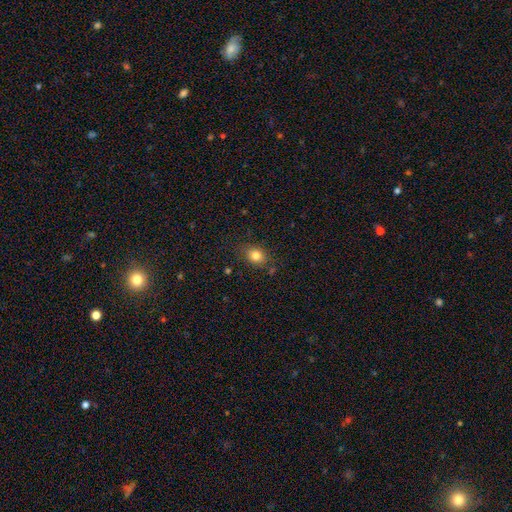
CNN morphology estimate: The model was most divided on "how rounded": round: 54%, in between: 45%, cigar-shaped: 1%. More confident: smooth or featured — smooth (81%); merging — none (79%).